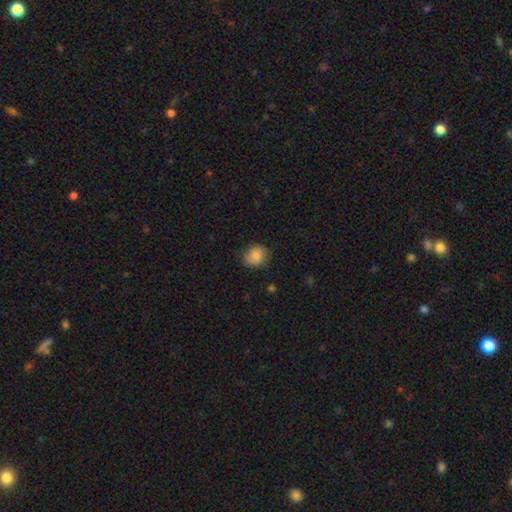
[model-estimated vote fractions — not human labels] Smooth or featured?
  - smooth: 87% *
  - star or artifact: 8%
  - featured or disk: 5%
How rounded?
  - round: 59% *
  - in between: 40%
  - cigar-shaped: 1%
Merging?
  - none: 76% *
  - minor disturbance: 19%
  - major disturbance: 4%
  - merger: 1%